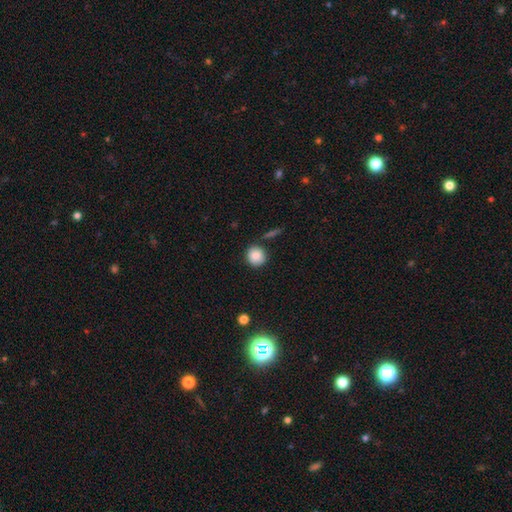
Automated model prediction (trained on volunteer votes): The model was most divided on "merging": none: 83%, minor disturbance: 10%, merger: 4%, major disturbance: 3%. More confident: how rounded — round (88%); smooth or featured — smooth (87%).